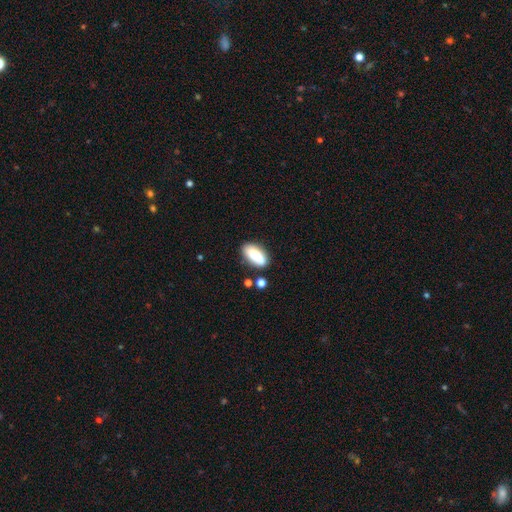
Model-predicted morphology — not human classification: This is clearly a smooth galaxy (84%). How rounded: clearly in between (88%). Merging: likely none (79%).